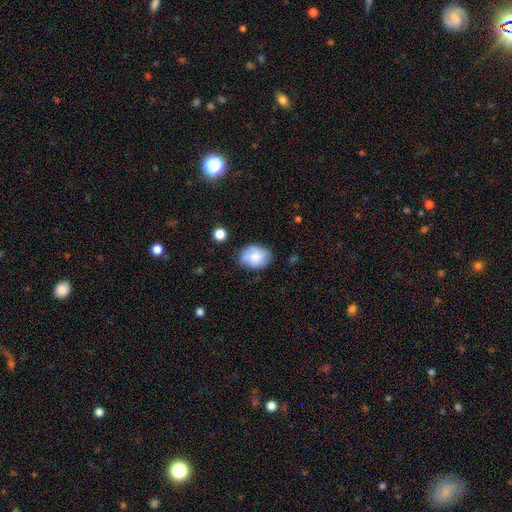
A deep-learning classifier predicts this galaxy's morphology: smooth_or_featured: smooth (p=0.71) [alt: featured or disk p=0.21]
how_rounded: in between (p=0.61) [alt: round p=0.38]
merging: none (p=0.65) [alt: minor disturbance p=0.24]